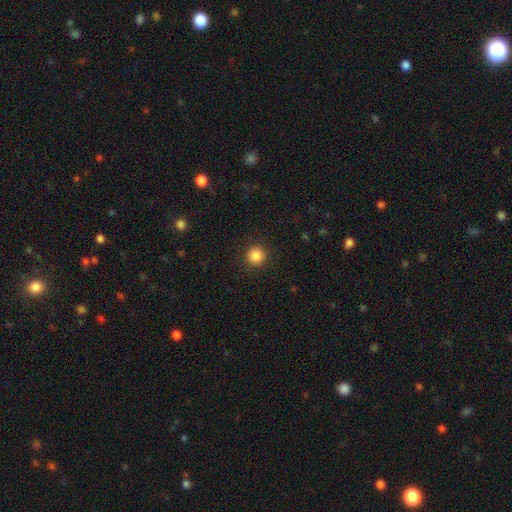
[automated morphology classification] A smooth galaxy with no disk features (86%) that is round (94%). Merging: none (92%).